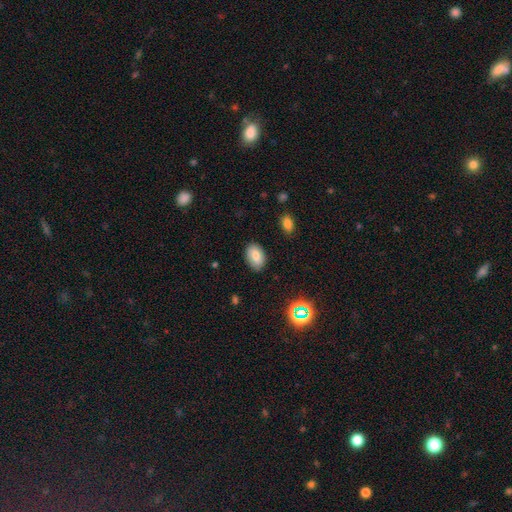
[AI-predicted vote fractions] smooth_or_featured: smooth (p=0.72) [alt: featured or disk p=0.18]
how_rounded: in between (p=0.88) [alt: round p=0.11]
merging: none (p=0.82) [alt: minor disturbance p=0.13]